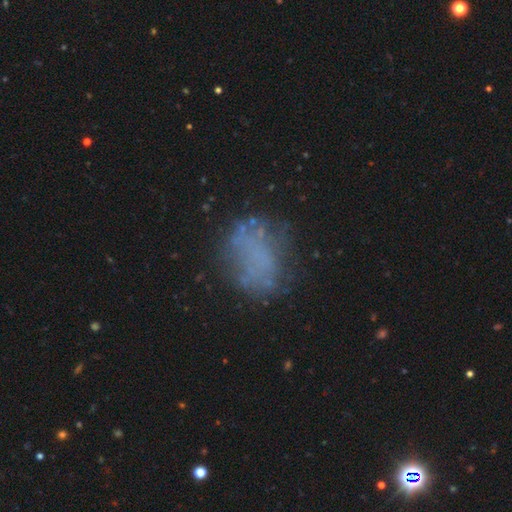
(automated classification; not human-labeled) This appears to be a smooth galaxy with no disk features (45%). Merging: none (61%).